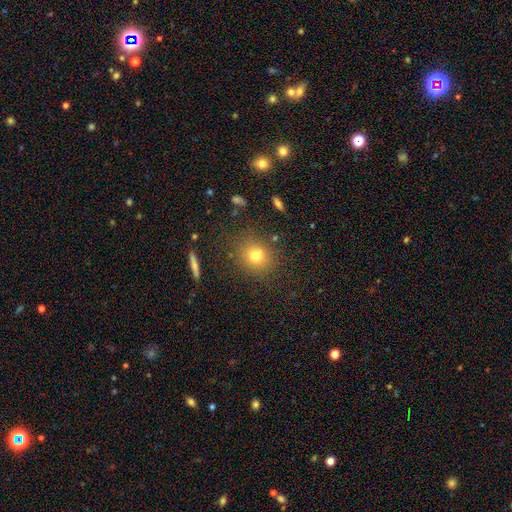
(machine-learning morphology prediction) type=smooth (74%); roundness=round (77%); merging=none (81%).